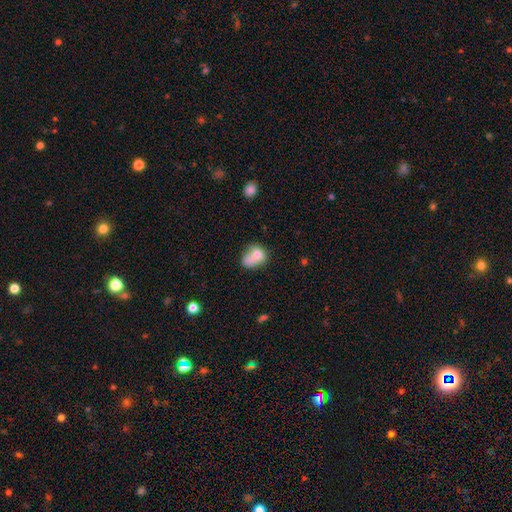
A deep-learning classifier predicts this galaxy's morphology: smooth-or-featured: smooth: 70% | featured or disk: 19% | star or artifact: 11%
  how-rounded: in between: 58% | round: 40% | cigar-shaped: 2%
  merging: merger: 40% | none: 27% | minor disturbance: 20% | major disturbance: 13%